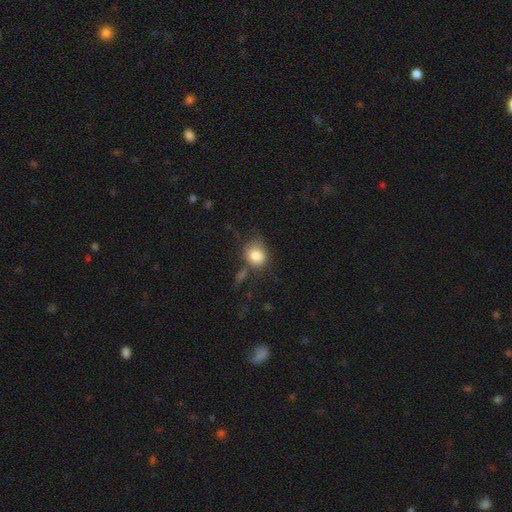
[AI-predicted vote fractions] The model was most divided on "merging": none: 56%, minor disturbance: 23%, merger: 12%, major disturbance: 9%. More confident: smooth or featured — smooth (84%); how rounded — round (67%).